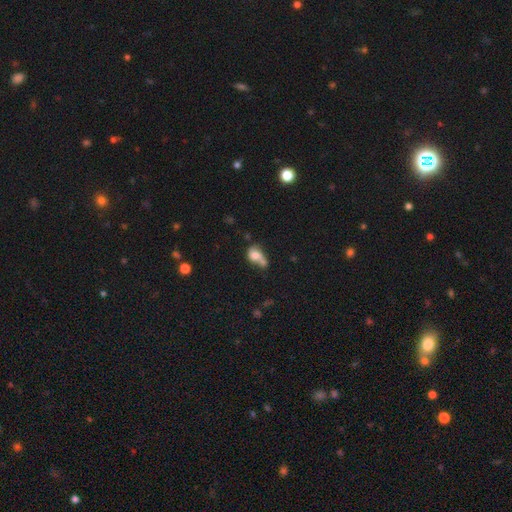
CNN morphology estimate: Overall: smooth (67%). How rounded: in between (67%; round 30%). Merging: merger (44%; none 21%).